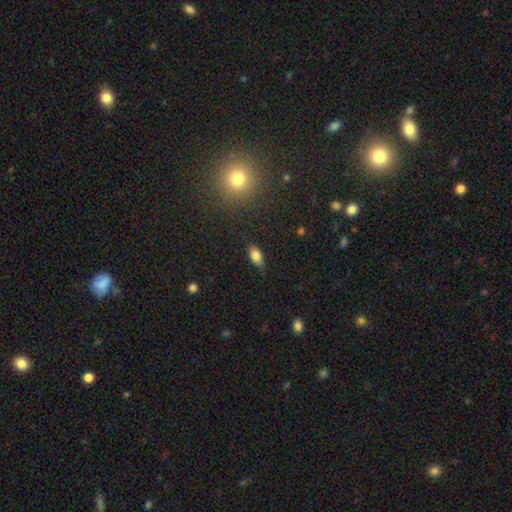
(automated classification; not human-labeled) The model was most divided on "merging": none: 83%, minor disturbance: 13%, major disturbance: 3%, merger: 1%. More confident: how rounded — in between (90%); smooth or featured — smooth (82%).